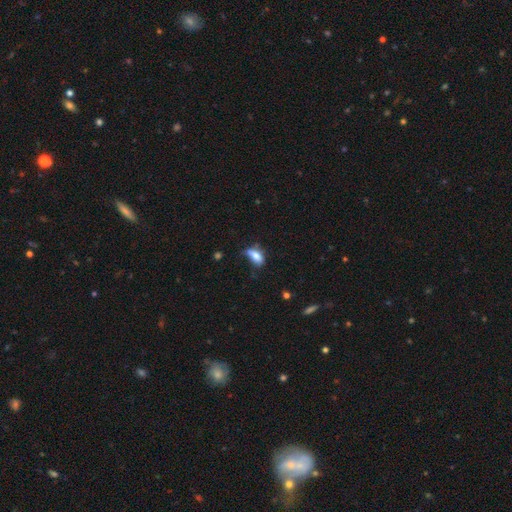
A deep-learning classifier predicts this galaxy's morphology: Overall: smooth (74%). How rounded: in between (86%). Merging: minor disturbance (36%; none 33%).